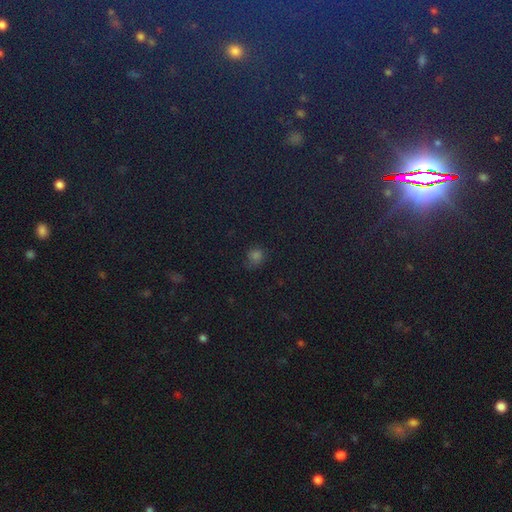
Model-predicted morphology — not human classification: smooth_or_featured: star or artifact (p=0.72) [alt: smooth p=0.21]